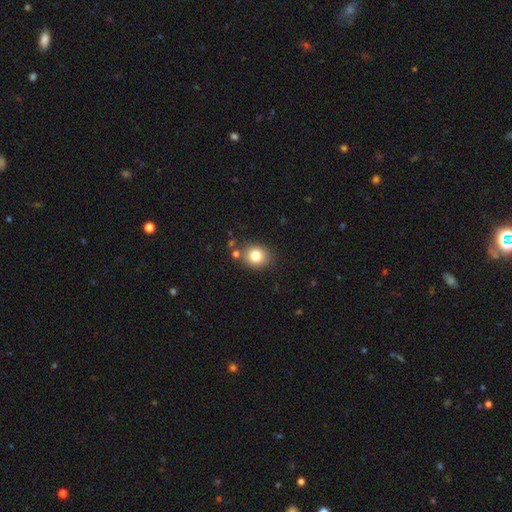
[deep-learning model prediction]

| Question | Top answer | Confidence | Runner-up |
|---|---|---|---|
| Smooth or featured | smooth | 81% | star or artifact (11%) |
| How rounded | round | 70% | in between (30%) |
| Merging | none | 80% | minor disturbance (11%) |